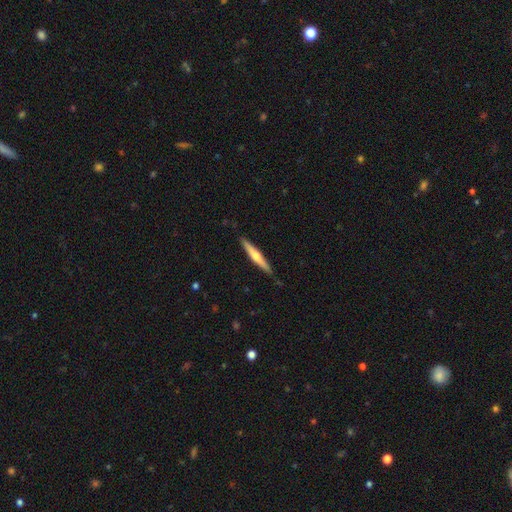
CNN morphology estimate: featured or disk 58%, smooth 37%, star or artifact 5%. Down the decision tree: edge-on disk — yes (97%); edge-on bulge — rounded (87%); merging — none (89%).